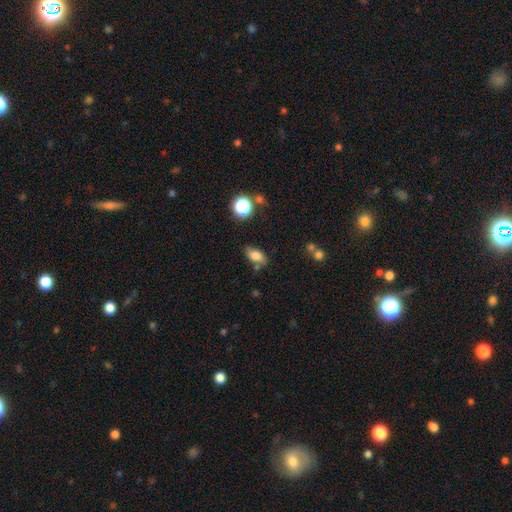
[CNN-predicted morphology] The model was most divided on "merging": none: 69%, minor disturbance: 19%, merger: 7%, major disturbance: 5%. More confident: how rounded — in between (86%); smooth or featured — smooth (77%).